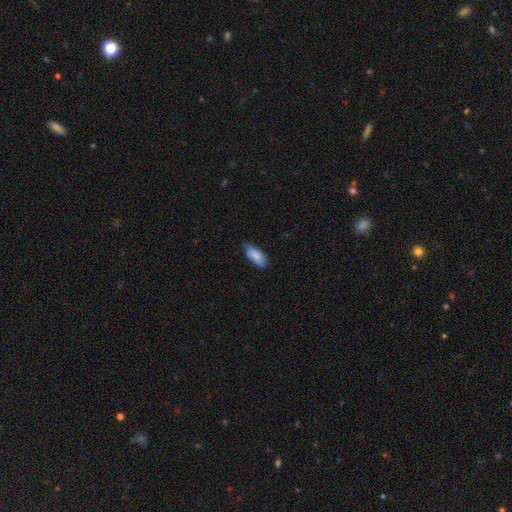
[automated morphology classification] A smooth galaxy with no disk features (84%) that is in between round and cigar-shaped (84%). Merging: none (69%).